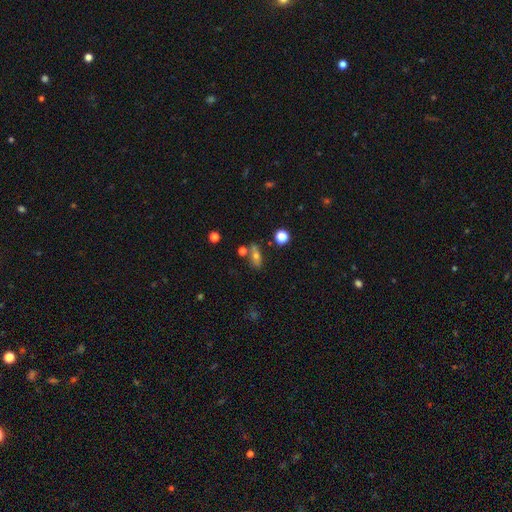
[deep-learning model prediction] Smooth or featured?
  - smooth: 64% *
  - featured or disk: 23%
  - star or artifact: 13%
How rounded?
  - in between: 65% *
  - cigar-shaped: 22%
  - round: 13%
Merging?
  - none: 65% *
  - merger: 16%
  - minor disturbance: 14%
  - major disturbance: 5%